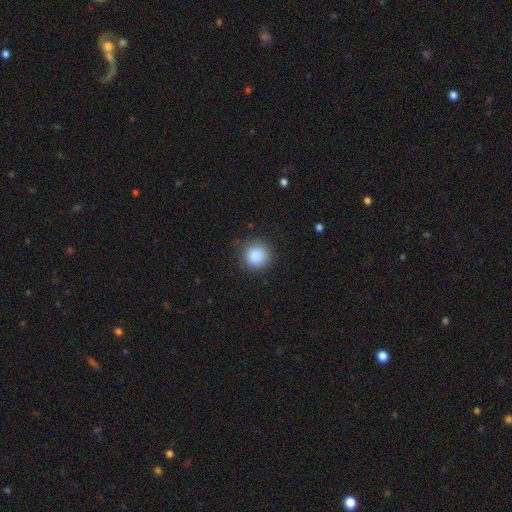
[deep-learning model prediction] smooth-or-featured: smooth: 87% | star or artifact: 9% | featured or disk: 4%
  how-rounded: round: 91% | in between: 8% | cigar-shaped: 1%
  merging: none: 84% | minor disturbance: 12% | major disturbance: 3% | merger: 1%